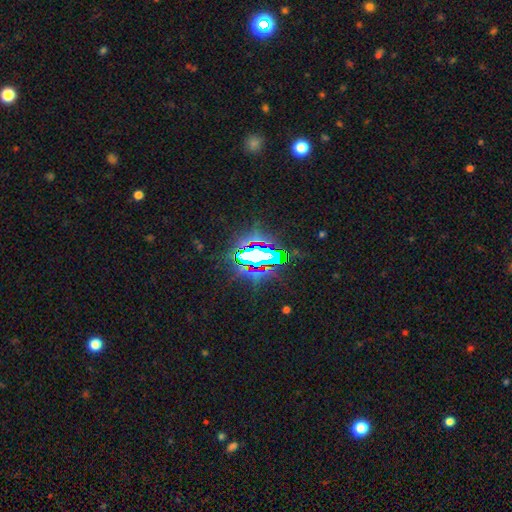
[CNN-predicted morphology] A star or artifact, not a galaxy (71%).